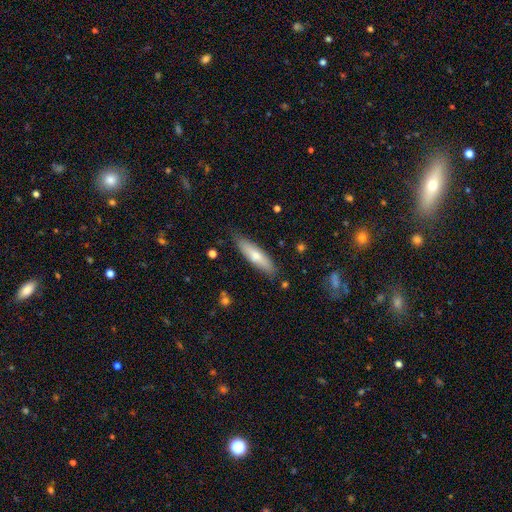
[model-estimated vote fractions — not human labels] smooth-or-featured: smooth: 69% | featured or disk: 25% | star or artifact: 6%
  how-rounded: cigar-shaped: 67% | in between: 31% | round: 2%
  merging: none: 82% | minor disturbance: 14% | major disturbance: 3% | merger: 2%